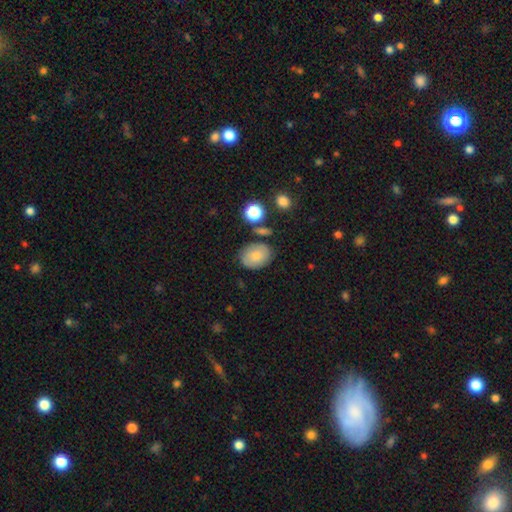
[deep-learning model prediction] smooth_or_featured: smooth (p=0.71) [alt: featured or disk p=0.19]
how_rounded: in between (p=0.61) [alt: round p=0.38]
merging: none (p=0.73) [alt: minor disturbance p=0.17]